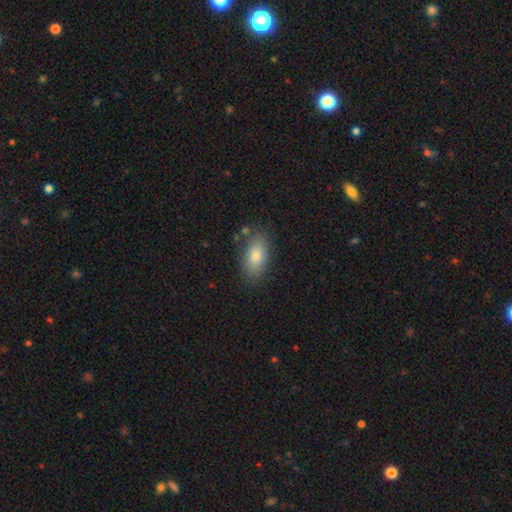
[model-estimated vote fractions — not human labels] Q: Smooth or featured?
A: smooth (80%); runner-up: featured or disk (12%)
Q: How rounded?
A: in between (89%); runner-up: cigar-shaped (7%)
Q: Merging?
A: none (81%); runner-up: minor disturbance (13%)